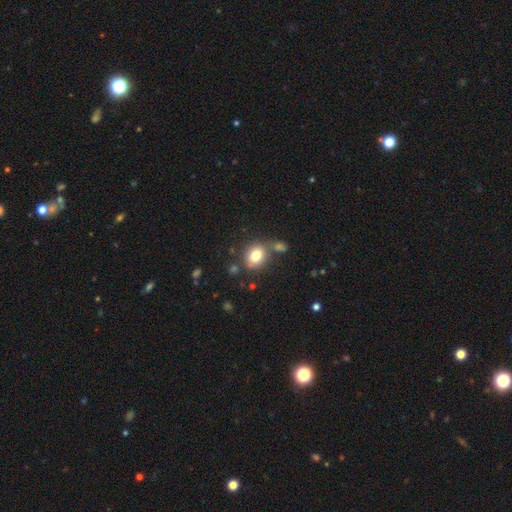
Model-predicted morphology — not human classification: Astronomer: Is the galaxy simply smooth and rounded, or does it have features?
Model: smooth — 78%.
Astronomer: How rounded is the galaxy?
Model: round — 56% (runner-up: in between, 43%).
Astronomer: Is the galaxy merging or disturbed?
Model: none — 68%.